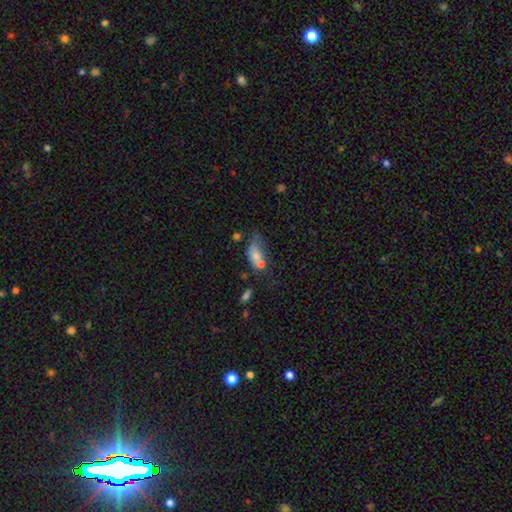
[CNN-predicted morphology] smooth_or_featured: smooth (p=0.65) [alt: featured or disk p=0.24]
how_rounded: in between (p=0.84) [alt: round p=0.10]
merging: merger (p=0.34) [alt: none p=0.24]